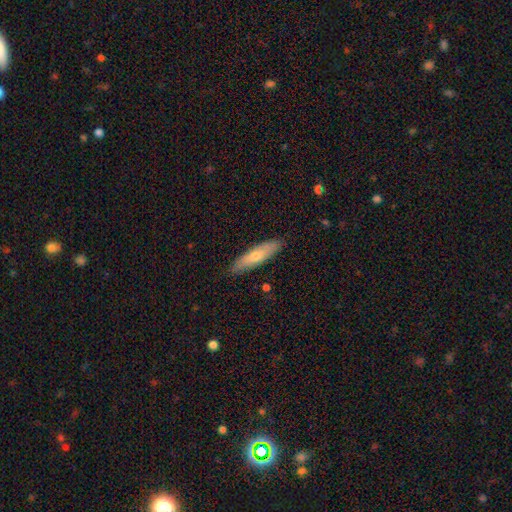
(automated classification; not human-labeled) The model was most divided on "smooth or featured": smooth: 61%, featured or disk: 33%, star or artifact: 6%. More confident: merging — none (88%); how rounded — cigar-shaped (73%).